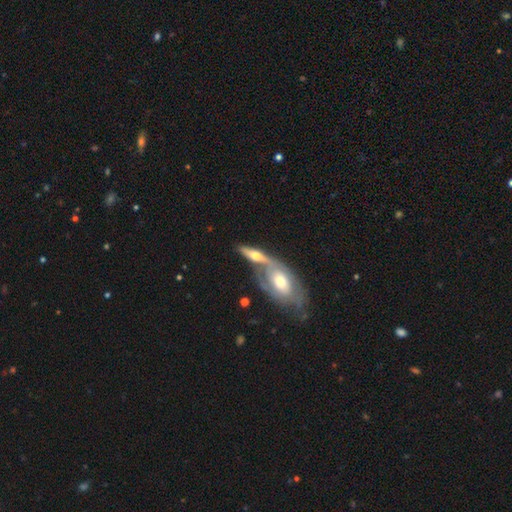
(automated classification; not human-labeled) A featured or disk galaxy (54%) viewed edge-on (59%).

Vote fractions:
- Smooth or featured? featured or disk: 54% / smooth: 40% / star or artifact: 6%
- Edge-on disk? yes: 59% / no: 41%
- Merging? merger: 53% / none: 31% / minor disturbance: 11% / major disturbance: 6%